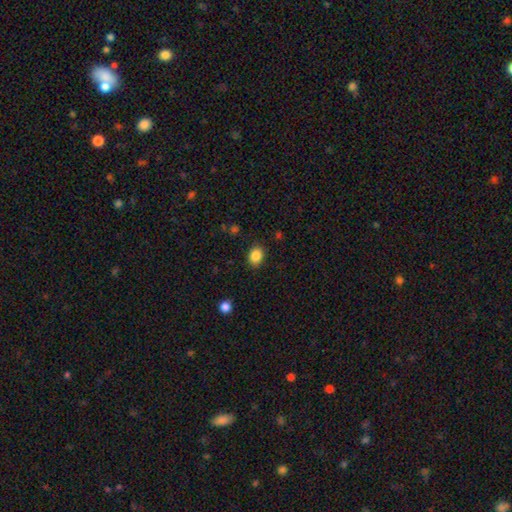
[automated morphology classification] A smooth galaxy with no disk features (87%) that is in between round and cigar-shaped (51%). Merging: none (86%).